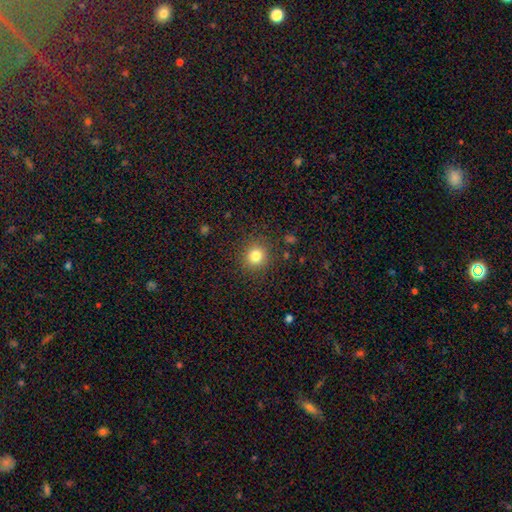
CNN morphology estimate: Overall: smooth (81%). How rounded: round (89%). Merging: none (88%).